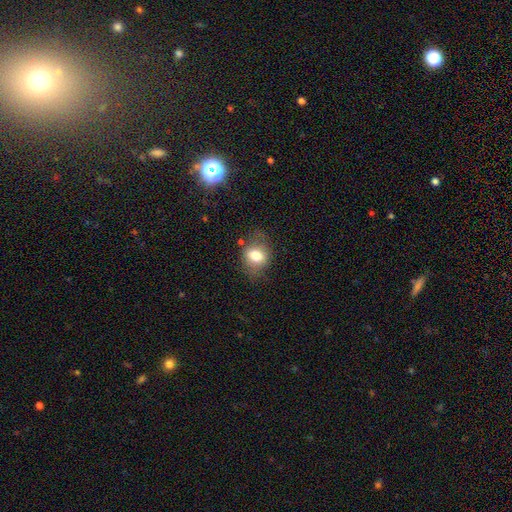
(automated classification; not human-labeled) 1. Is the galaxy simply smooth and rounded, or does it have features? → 72% smooth, 18% featured or disk, 10% star or artifact.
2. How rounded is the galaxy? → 54% in between, 44% round, 1% cigar-shaped.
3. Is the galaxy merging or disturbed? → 68% none, 21% minor disturbance, 8% major disturbance, 2% merger.